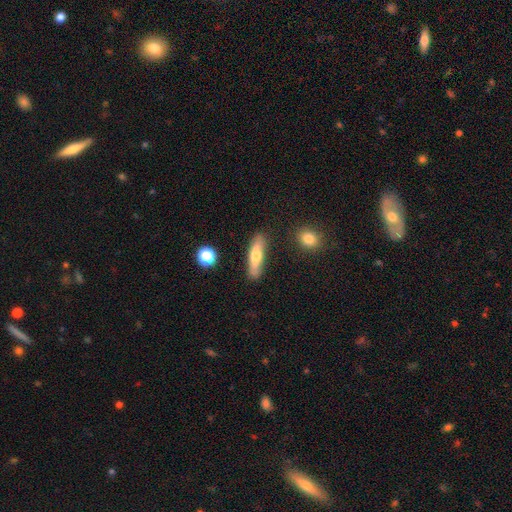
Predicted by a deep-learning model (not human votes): Smooth or featured? Predicted: smooth (p=0.59). How rounded? Predicted: cigar-shaped (p=0.73). Merging? Predicted: none (p=0.84).